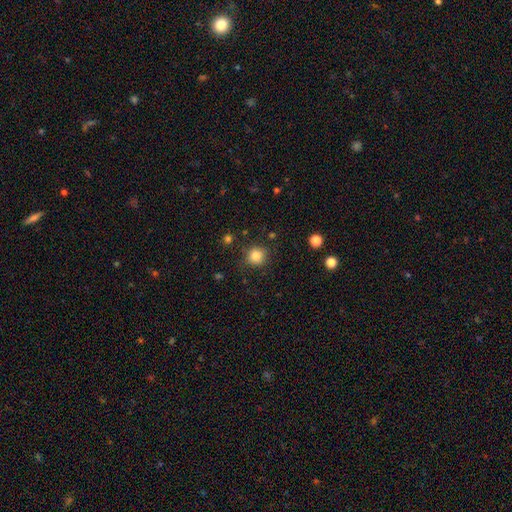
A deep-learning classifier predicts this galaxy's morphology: Smooth or featured? smooth (83%)
How rounded? round (89%)
Merging? none (85%)